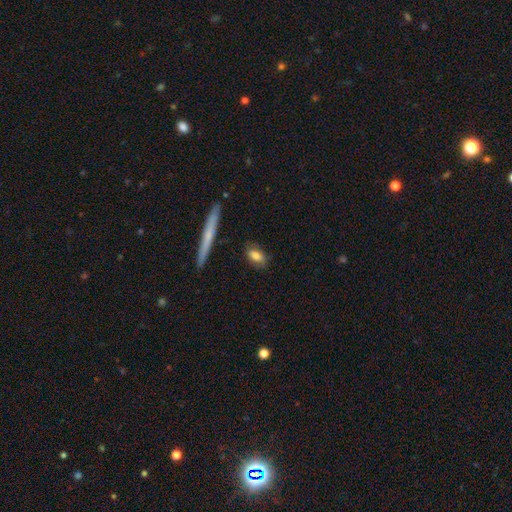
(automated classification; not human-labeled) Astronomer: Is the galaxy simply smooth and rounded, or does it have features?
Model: smooth — 77%.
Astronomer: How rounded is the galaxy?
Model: in between — 78%.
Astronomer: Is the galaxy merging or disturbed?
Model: none — 83%.